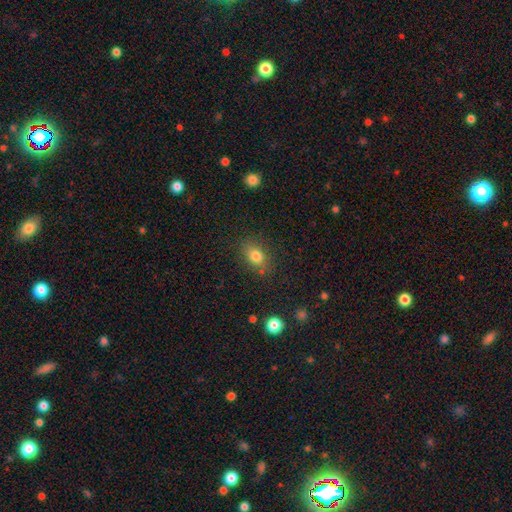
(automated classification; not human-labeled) smooth-or-featured: smooth: 80% | star or artifact: 12% | featured or disk: 9%
  how-rounded: in between: 69% | round: 29% | cigar-shaped: 2%
  merging: none: 81% | minor disturbance: 13% | major disturbance: 4% | merger: 2%